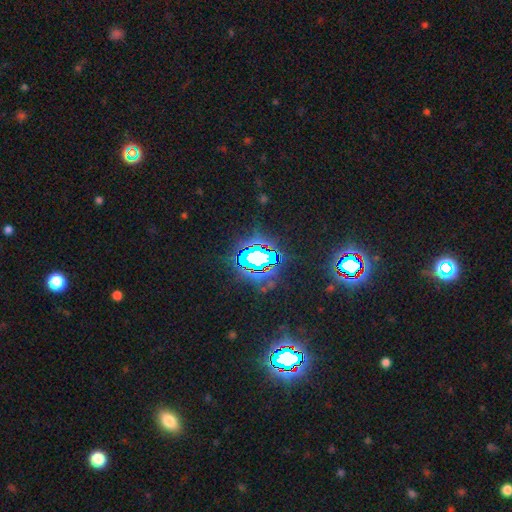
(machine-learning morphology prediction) smooth-or-featured: star or artifact: 78% | smooth: 12% | featured or disk: 10%